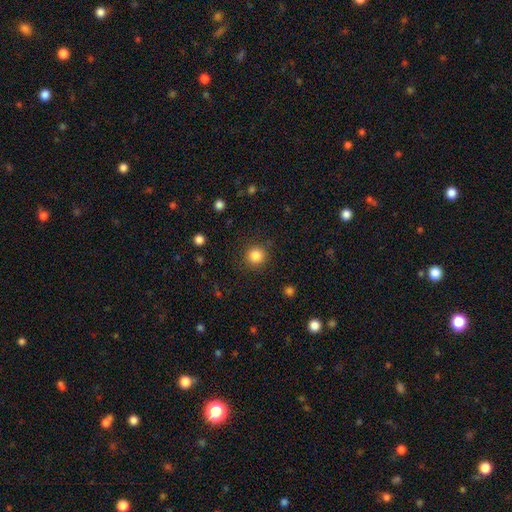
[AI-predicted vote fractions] smooth-or-featured: smooth: 85% | star or artifact: 11% | featured or disk: 4%
  how-rounded: round: 93% | in between: 6% | cigar-shaped: 1%
  merging: none: 89% | minor disturbance: 7% | major disturbance: 3% | merger: 1%